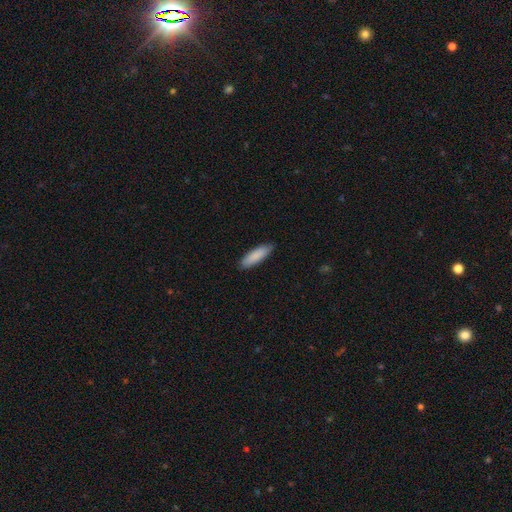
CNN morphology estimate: smooth 87%, featured or disk 8%, star or artifact 5%. Down the decision tree: how rounded — cigar-shaped (56%); merging — none (86%).